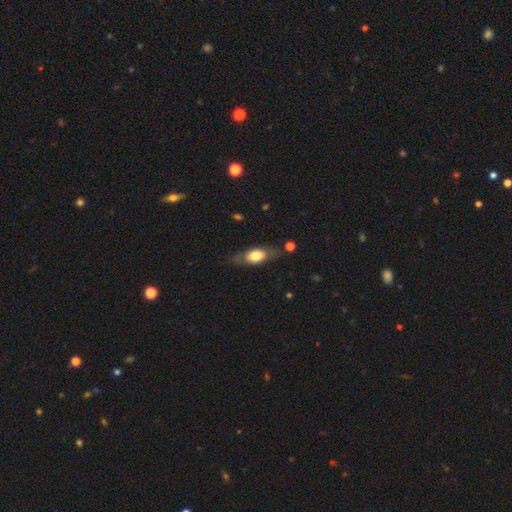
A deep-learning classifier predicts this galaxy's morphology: A smooth galaxy with no disk features (62%) that is in between round and cigar-shaped (75%). Merging: none (74%).